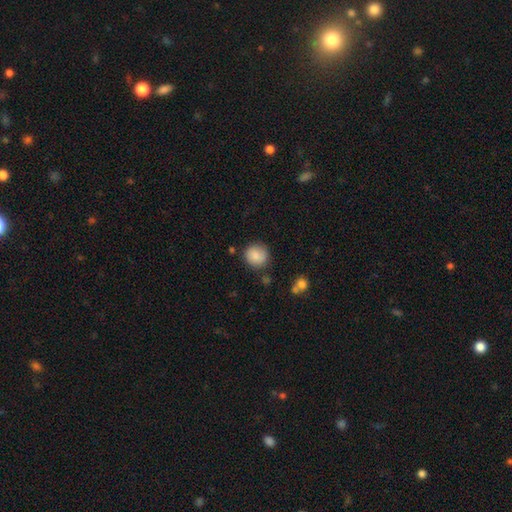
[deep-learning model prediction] smooth-or-featured: smooth: 86% | star or artifact: 8% | featured or disk: 6%
  how-rounded: round: 89% | in between: 10% | cigar-shaped: 1%
  merging: none: 80% | minor disturbance: 14% | major disturbance: 4% | merger: 3%